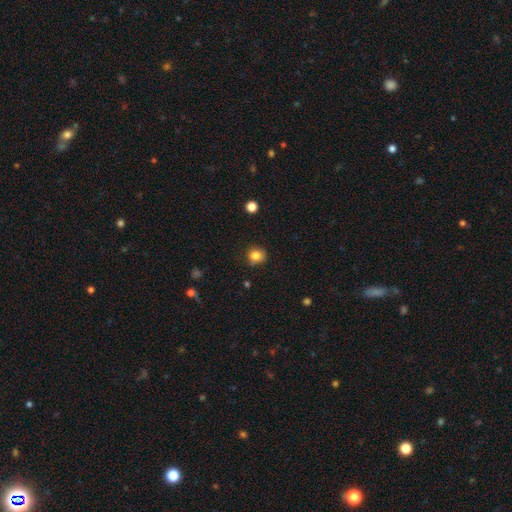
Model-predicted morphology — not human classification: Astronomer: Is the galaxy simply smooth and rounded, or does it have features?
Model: smooth — 82%.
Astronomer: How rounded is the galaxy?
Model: round — 83%.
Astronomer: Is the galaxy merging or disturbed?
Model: none — 76%.